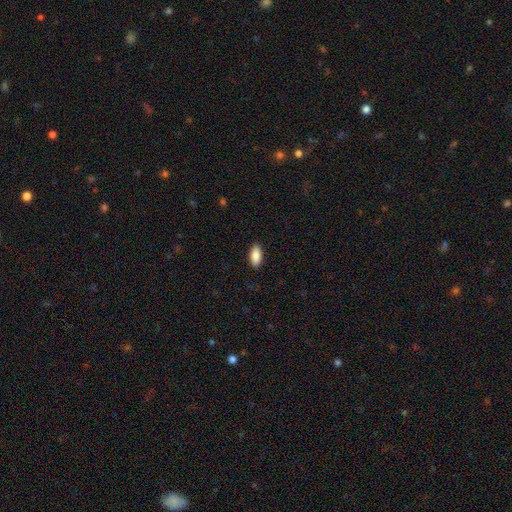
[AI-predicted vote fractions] smooth 89%, star or artifact 6%, featured or disk 5%. Down the decision tree: how rounded — in between (91%); merging — none (88%).